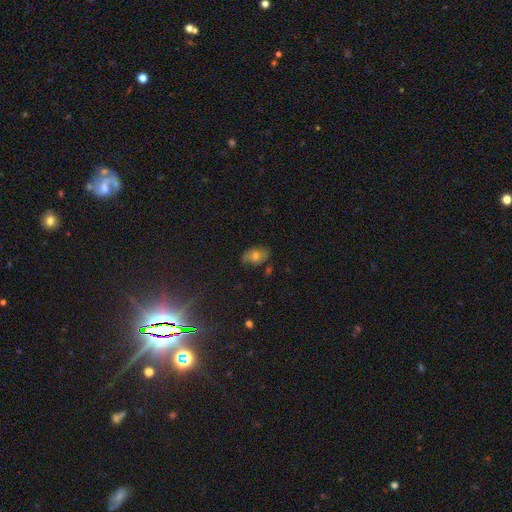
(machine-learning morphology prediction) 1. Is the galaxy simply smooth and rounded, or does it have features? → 49% smooth, 30% featured or disk, 20% star or artifact.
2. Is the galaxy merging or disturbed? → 71% none, 21% minor disturbance, 6% major disturbance, 2% merger.